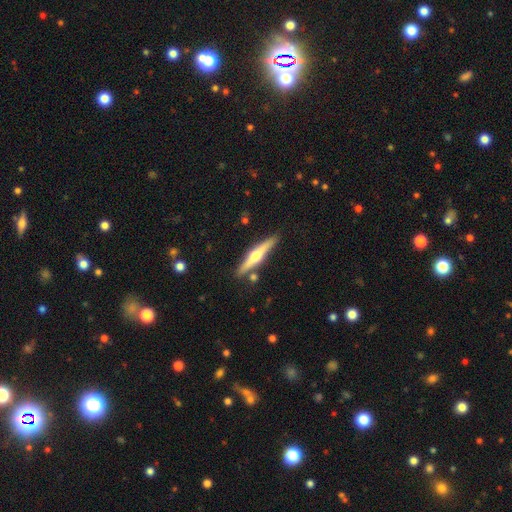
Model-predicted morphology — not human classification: Smooth or featured? featured or disk (64%)
Edge-on disk? yes (97%)
Edge-on bulge? rounded (92%)
Merging? none (84%)